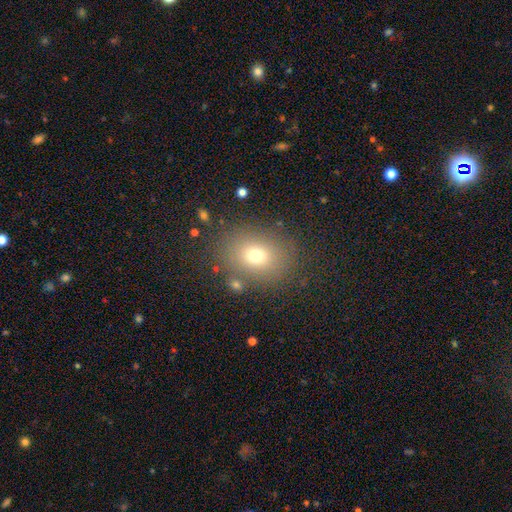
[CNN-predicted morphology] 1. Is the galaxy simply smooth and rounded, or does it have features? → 72% smooth, 16% star or artifact, 12% featured or disk.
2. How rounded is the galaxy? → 53% round, 46% in between, 1% cigar-shaped.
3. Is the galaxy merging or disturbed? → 81% none, 10% minor disturbance, 5% major disturbance, 4% merger.